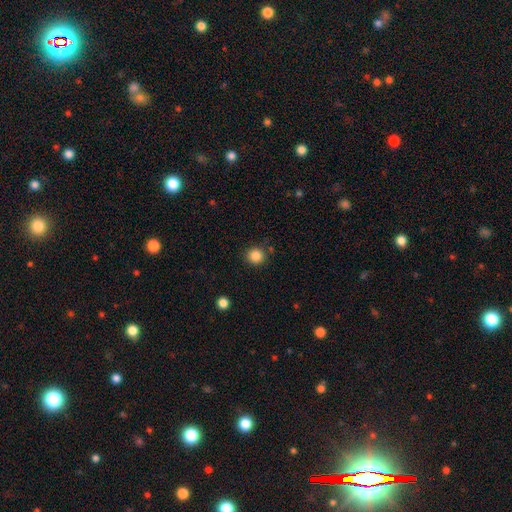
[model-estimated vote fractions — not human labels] Morphology: type=smooth (85%); roundness=round (92%); merging=none (86%).